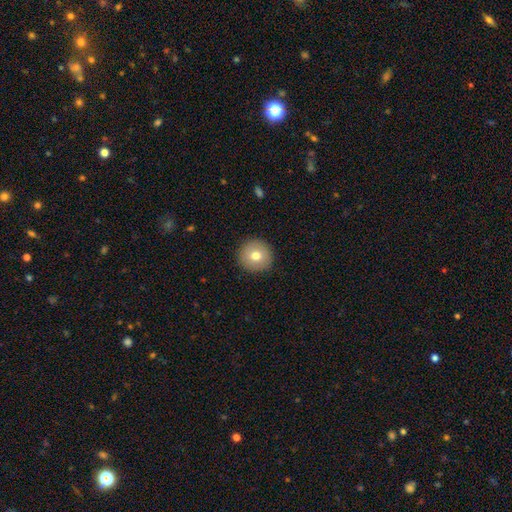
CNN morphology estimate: Smooth or featured? Predicted: smooth (p=0.76). How rounded? Predicted: round (p=0.95). Merging? Predicted: none (p=0.91).